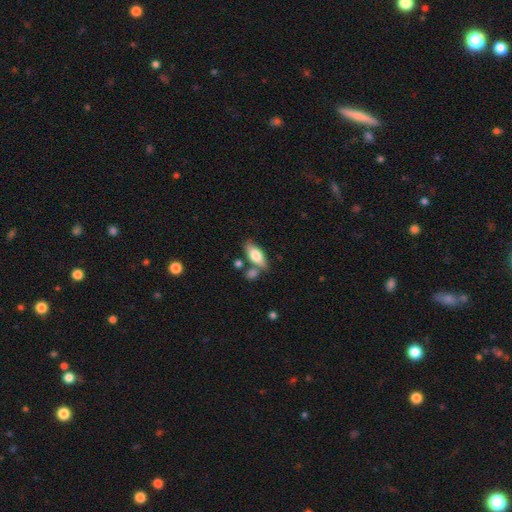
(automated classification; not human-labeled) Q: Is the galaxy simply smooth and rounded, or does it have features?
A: smooth — 67%.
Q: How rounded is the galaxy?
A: in between — 77%.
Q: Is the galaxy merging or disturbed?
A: none — 66%.